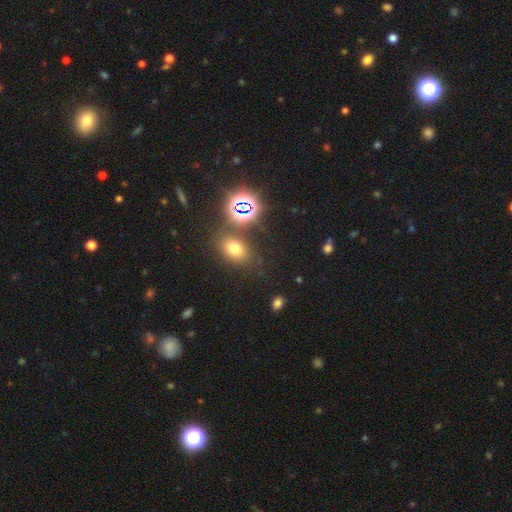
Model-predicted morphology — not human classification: Smooth or featured? Predicted: smooth (p=0.48). Merging? Predicted: none (p=0.77).